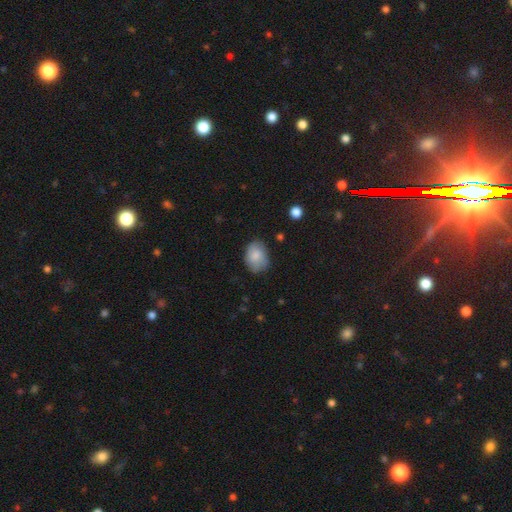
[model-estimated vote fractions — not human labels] Overall: smooth (81%). How rounded: in between (72%). Merging: none (71%).